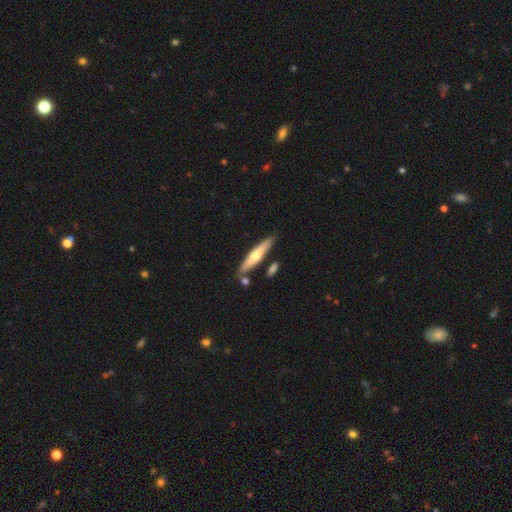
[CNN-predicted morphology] Overall: featured or disk (50%; smooth 45%). Merging: none (80%).